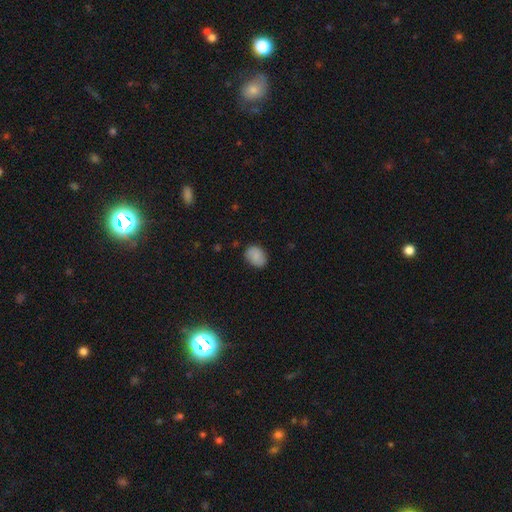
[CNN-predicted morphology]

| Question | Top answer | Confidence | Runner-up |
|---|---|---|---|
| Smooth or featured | smooth | 82% | featured or disk (10%) |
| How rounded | in between | 67% | round (32%) |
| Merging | none | 84% | minor disturbance (13%) |